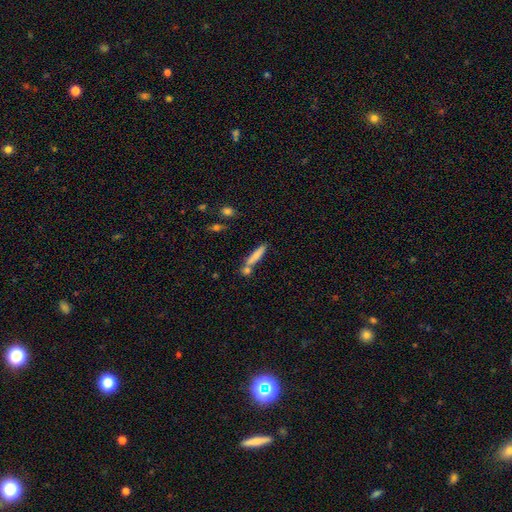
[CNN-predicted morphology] Overall: smooth (72%). How rounded: cigar-shaped (88%). Merging: none (67%).